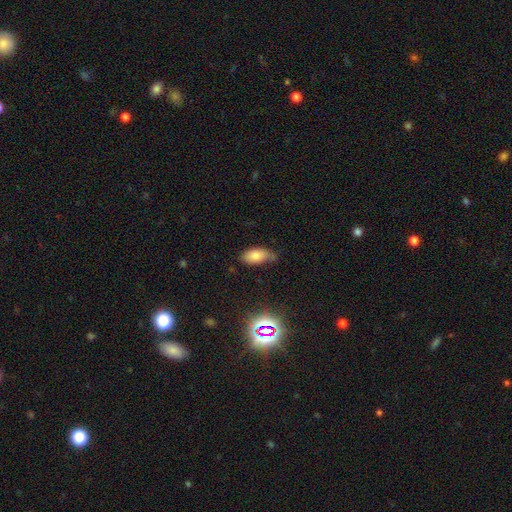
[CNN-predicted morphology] smooth 77%, star or artifact 13%, featured or disk 10%. Down the decision tree: how rounded — in between (91%); merging — none (57%).